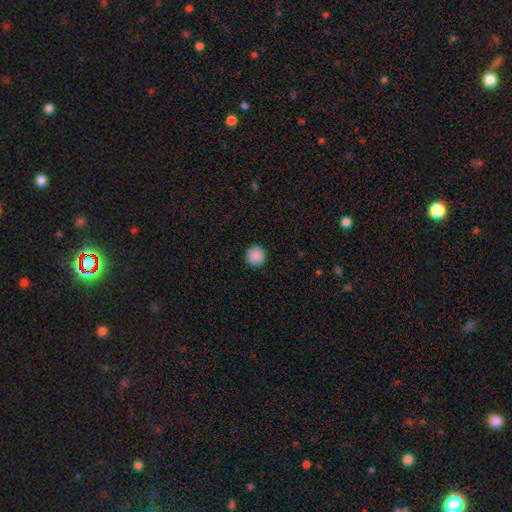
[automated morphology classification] A smooth galaxy with no disk features (89%) that is round (95%).

Vote fractions:
- Smooth or featured? smooth: 89% / star or artifact: 8% / featured or disk: 3%
- How rounded? round: 95% / in between: 4% / cigar-shaped: 1%
- Merging? none: 92% / minor disturbance: 6% / major disturbance: 2% / merger: 1%